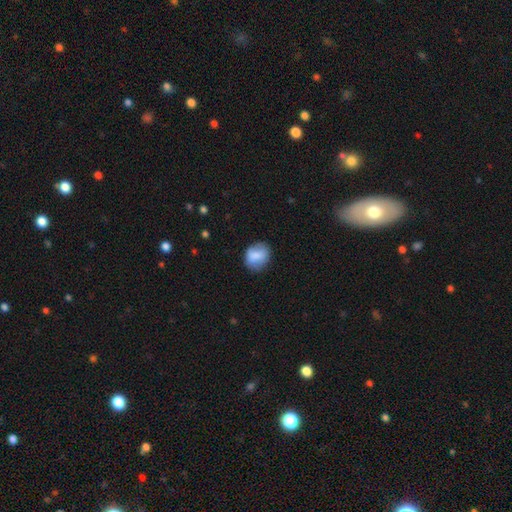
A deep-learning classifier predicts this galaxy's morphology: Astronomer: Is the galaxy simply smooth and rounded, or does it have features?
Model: smooth — 79%.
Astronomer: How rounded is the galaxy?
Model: round — 54% (runner-up: in between, 45%).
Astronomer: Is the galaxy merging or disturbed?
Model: none — 74%.